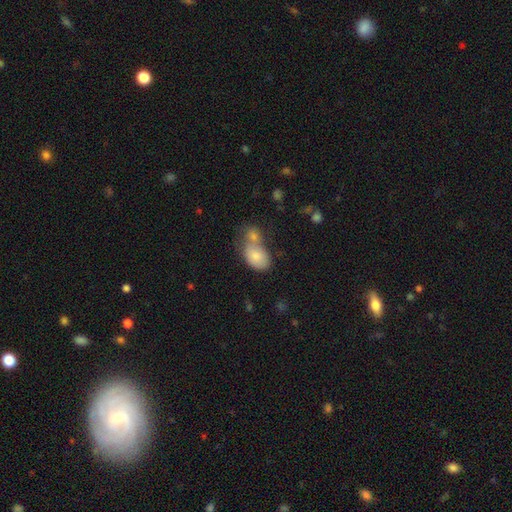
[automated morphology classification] Smooth or featured? smooth (78%)
How rounded? in between (87%)
Merging? merger (53%)